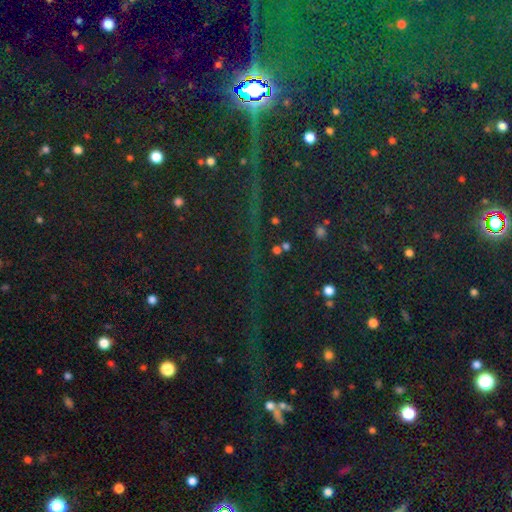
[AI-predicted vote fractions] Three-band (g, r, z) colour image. It shows a star or artifact, not a galaxy (81%).